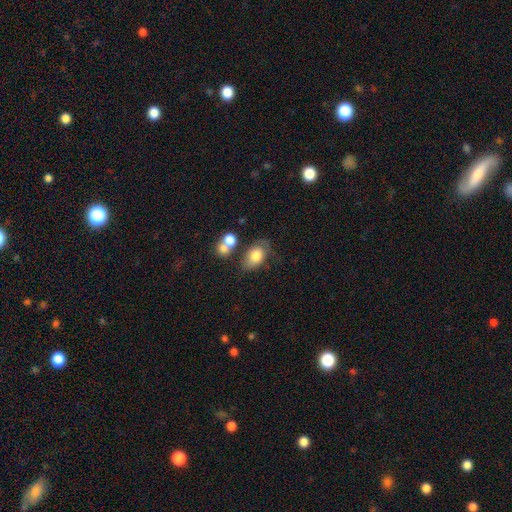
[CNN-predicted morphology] type=smooth (75%); roundness=in between (82%); merging=none (47%).